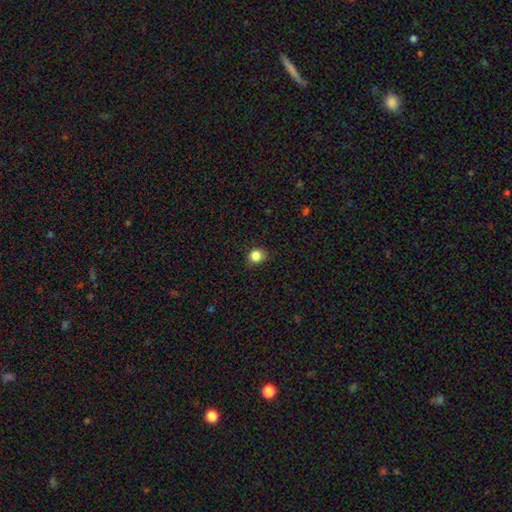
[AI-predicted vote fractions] Smooth or featured? smooth (84%)
How rounded? round (79%)
Merging? none (87%)